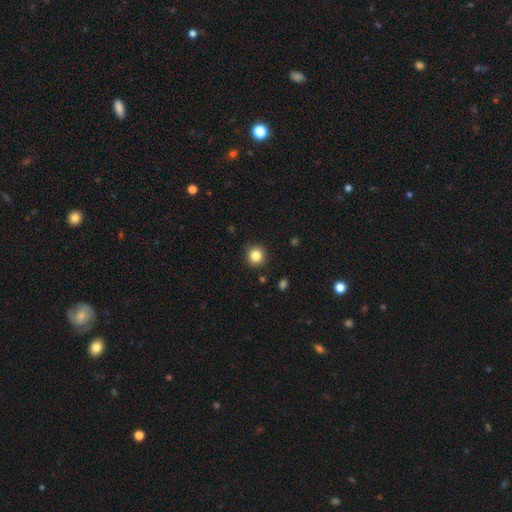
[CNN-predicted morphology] A smooth galaxy with no disk features (84%) that is round (93%). Merging: none (91%).